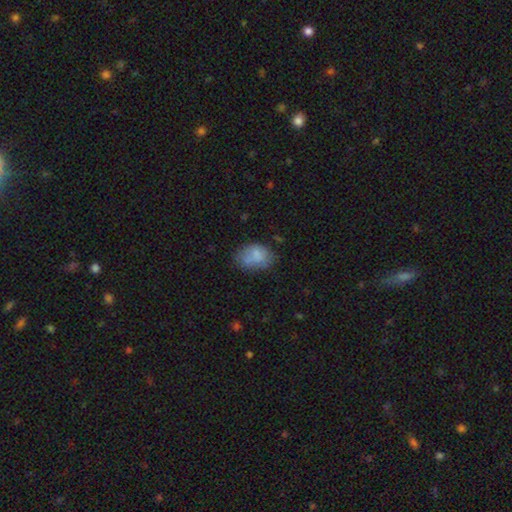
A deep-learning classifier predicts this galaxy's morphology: This appears to be a smooth galaxy with no disk features (71%) that is in between round and cigar-shaped (74%). Merging: none (50%).